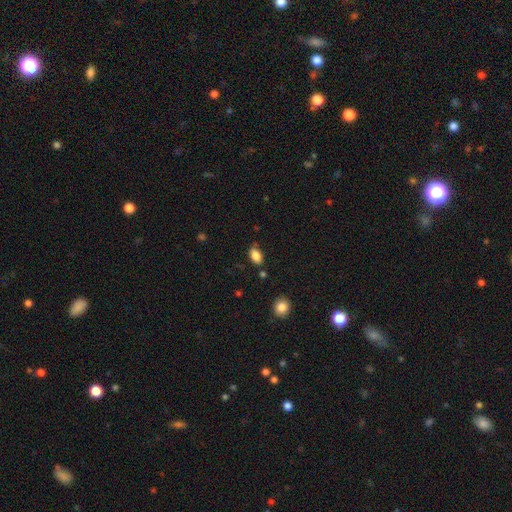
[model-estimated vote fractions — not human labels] Smooth or featured? smooth (86%)
How rounded? in between (90%)
Merging? none (79%)